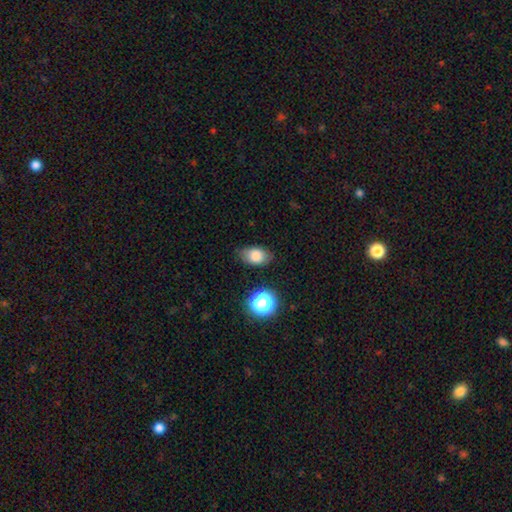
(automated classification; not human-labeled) Q: Smooth or featured?
A: smooth (80%); runner-up: star or artifact (10%)
Q: How rounded?
A: in between (83%); runner-up: round (15%)
Q: Merging?
A: none (76%); runner-up: minor disturbance (18%)